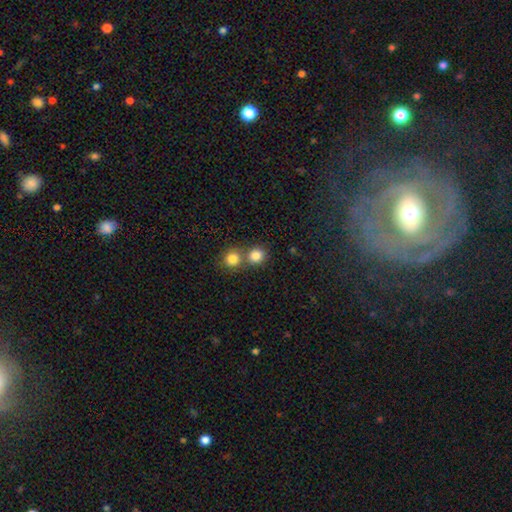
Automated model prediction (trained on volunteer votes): A smooth galaxy with no disk features (82%) that is round (83%). Merging: none (51%).